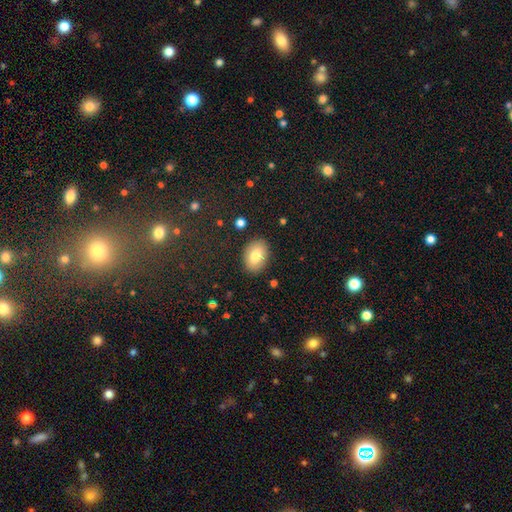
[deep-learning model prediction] This appears to be a smooth galaxy with no disk features (79%) that is in between round and cigar-shaped (84%). Merging: none (87%).